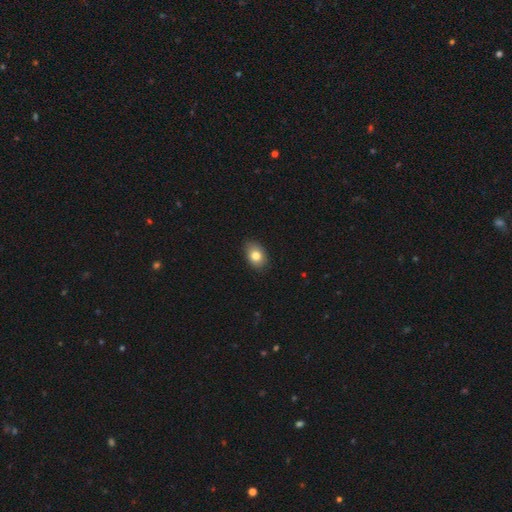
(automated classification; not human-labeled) This appears to be a smooth galaxy with no disk features (81%) that is in between round and cigar-shaped (77%). Merging: none (84%).